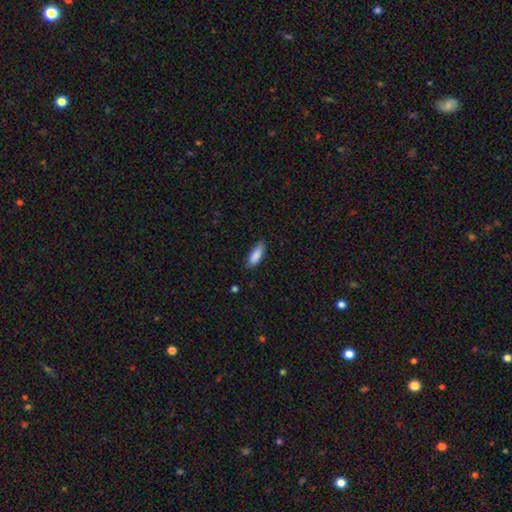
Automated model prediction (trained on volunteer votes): This is clearly a smooth galaxy (88%). How rounded: likely in between (65%). Merging: likely none (77%).